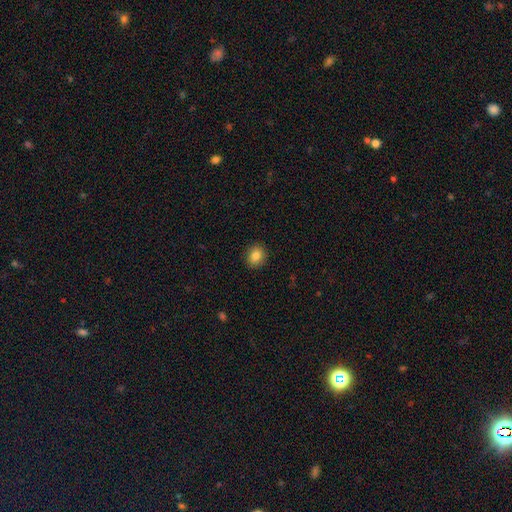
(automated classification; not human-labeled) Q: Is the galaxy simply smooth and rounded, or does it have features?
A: smooth — 85%.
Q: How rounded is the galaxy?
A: round — 69%.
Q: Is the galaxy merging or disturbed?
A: none — 90%.